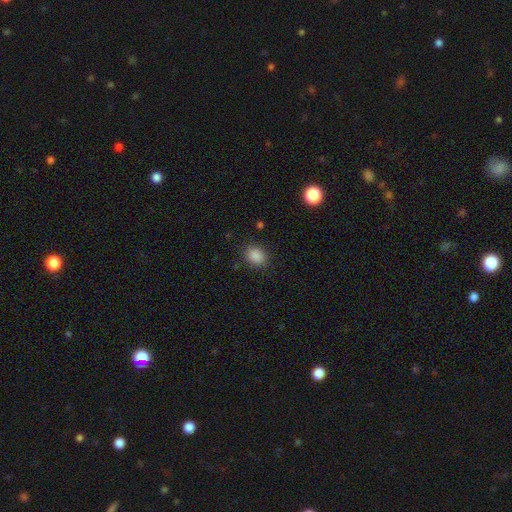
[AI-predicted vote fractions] A smooth galaxy with no disk features (86%) that is in between round and cigar-shaped (54%). Merging: none (85%).